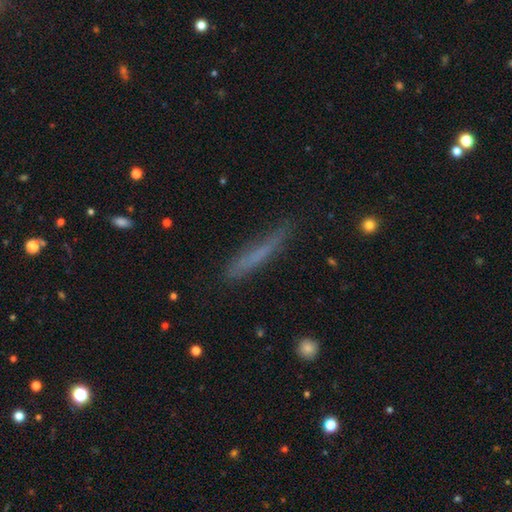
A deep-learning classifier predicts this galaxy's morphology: Smooth or featured? Predicted: smooth (p=0.61). How rounded? Predicted: cigar-shaped (p=0.93). Merging? Predicted: none (p=0.71).